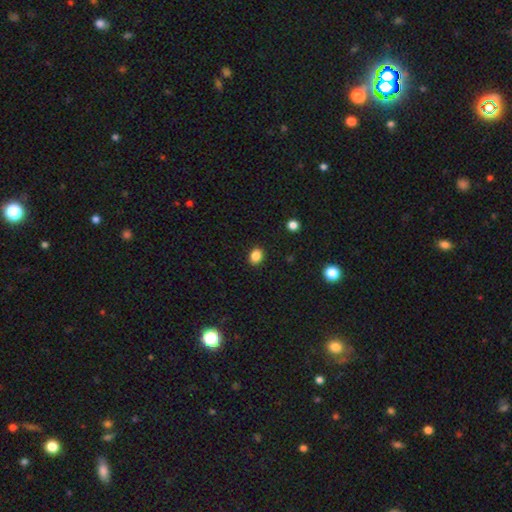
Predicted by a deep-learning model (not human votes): Smooth or featured? smooth (85%)
How rounded? round (53%)
Merging? none (91%)